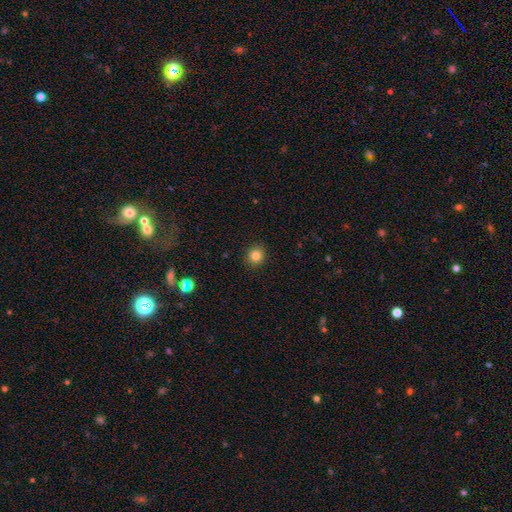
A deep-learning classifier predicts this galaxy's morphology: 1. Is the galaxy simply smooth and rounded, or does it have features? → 83% smooth, 12% star or artifact, 5% featured or disk.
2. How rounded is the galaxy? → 90% round, 9% in between, 1% cigar-shaped.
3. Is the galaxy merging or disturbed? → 92% none, 5% minor disturbance, 2% major disturbance, 1% merger.